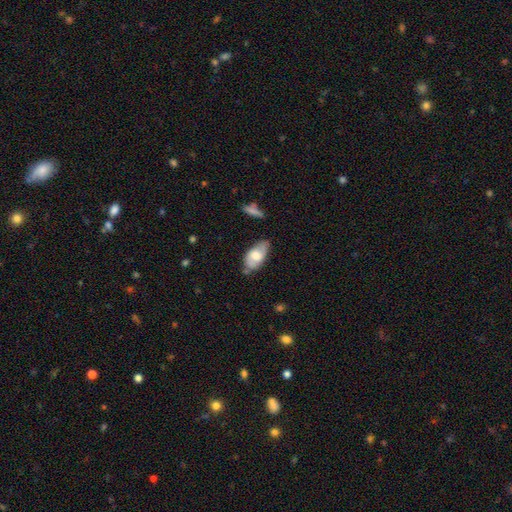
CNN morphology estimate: A smooth galaxy with no disk features (53%) that is in between round and cigar-shaped (92%). Merging: none (60%).